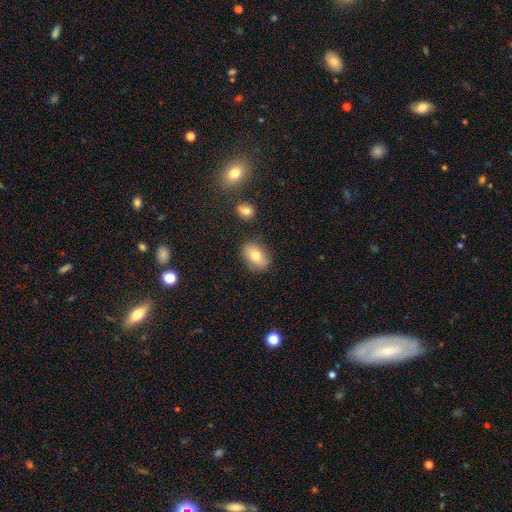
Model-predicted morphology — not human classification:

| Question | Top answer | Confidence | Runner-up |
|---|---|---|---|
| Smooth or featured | smooth | 76% | featured or disk (15%) |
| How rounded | in between | 81% | round (18%) |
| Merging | none | 82% | minor disturbance (12%) |